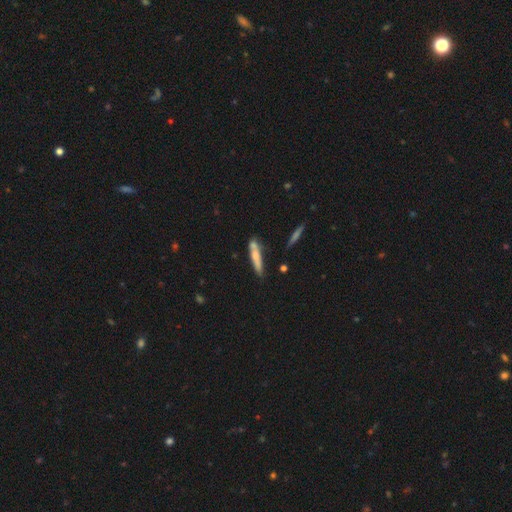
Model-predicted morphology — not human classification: Smooth or featured?
  - smooth: 64% *
  - featured or disk: 30%
  - star or artifact: 6%
How rounded?
  - cigar-shaped: 88% *
  - in between: 10%
  - round: 2%
Merging?
  - none: 64% *
  - minor disturbance: 18%
  - merger: 14%
  - major disturbance: 4%